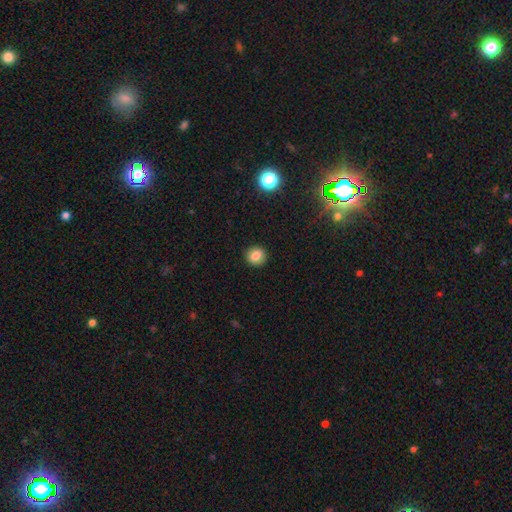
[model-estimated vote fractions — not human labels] smooth_or_featured: smooth (p=0.83) [alt: star or artifact p=0.11]
how_rounded: round (p=0.85) [alt: in between p=0.14]
merging: none (p=0.91) [alt: minor disturbance p=0.06]